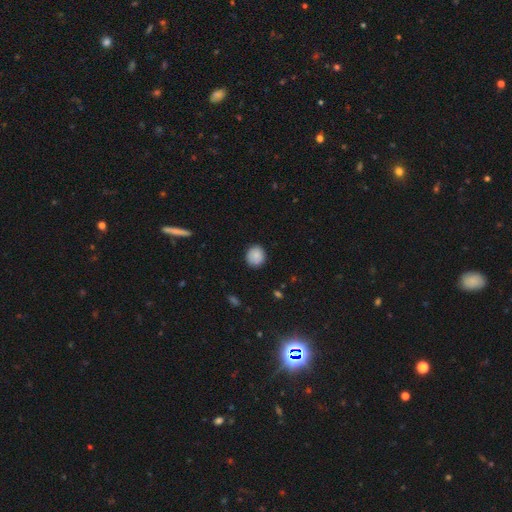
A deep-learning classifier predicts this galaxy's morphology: A smooth galaxy with no disk features (87%) that is round (84%). Merging: none (86%).